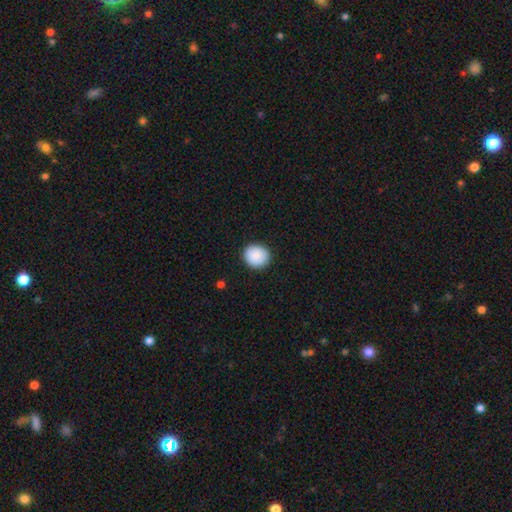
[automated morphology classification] Overall: smooth (89%). How rounded: round (82%). Merging: none (90%).